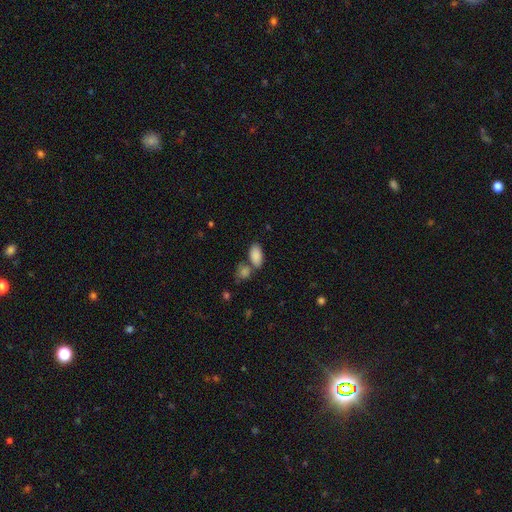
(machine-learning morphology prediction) type=smooth (88%); roundness=in between (93%); merging=none (56%).